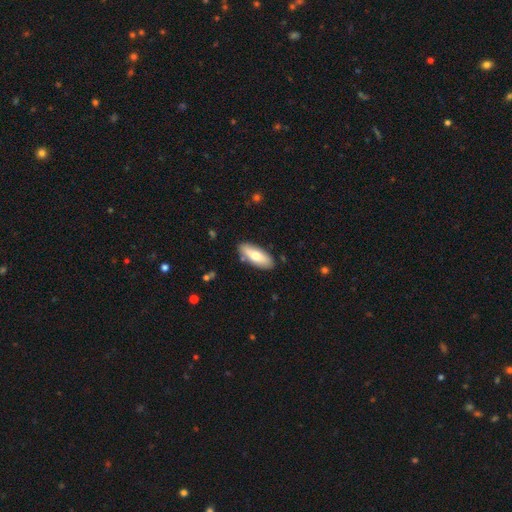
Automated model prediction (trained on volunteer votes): Overall: smooth (70%). How rounded: in between (76%). Merging: none (85%).